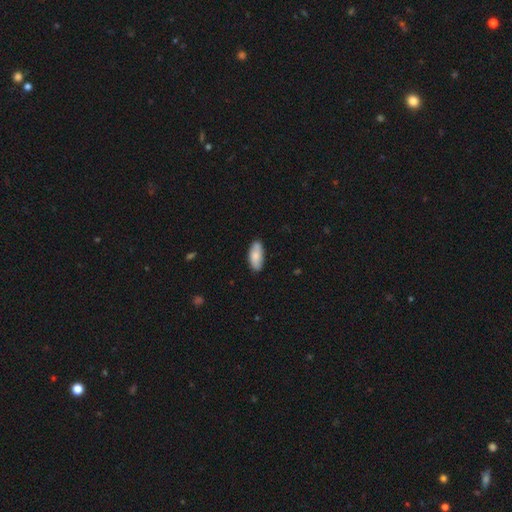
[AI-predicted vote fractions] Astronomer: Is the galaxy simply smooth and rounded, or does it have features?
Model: smooth — 81%.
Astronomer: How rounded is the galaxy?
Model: in between — 86%.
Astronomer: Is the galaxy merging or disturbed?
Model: none — 85%.